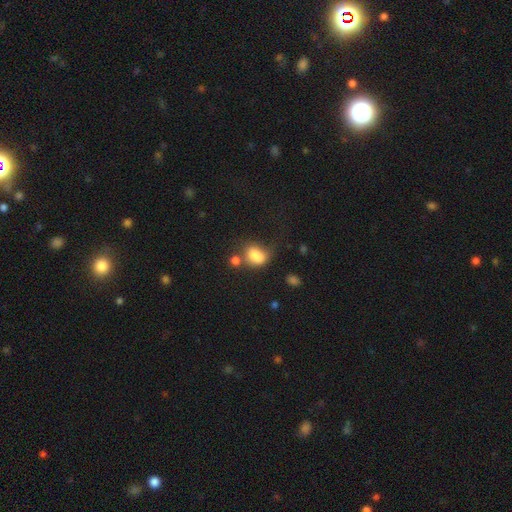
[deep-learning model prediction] smooth 76%, featured or disk 13%, star or artifact 11%. Down the decision tree: how rounded — in between (67%); merging — none (29%, tied with merger).